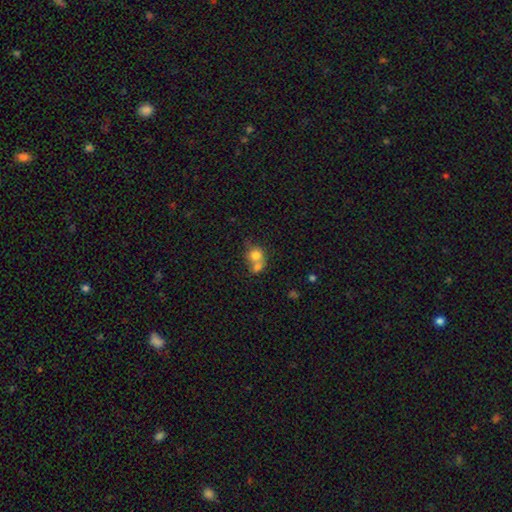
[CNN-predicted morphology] type=smooth (76%); roundness=round (74%); merging=merger (61%).